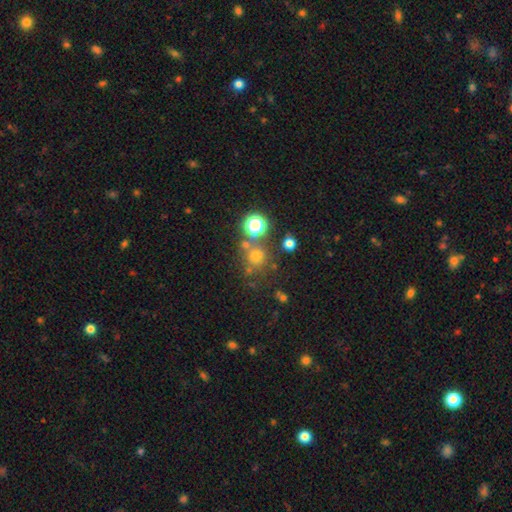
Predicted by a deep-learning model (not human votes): A smooth galaxy with no disk features (65%) that is round (88%).

Vote fractions:
- Smooth or featured? smooth: 65% / star or artifact: 26% / featured or disk: 10%
- How rounded? round: 88% / in between: 10% / cigar-shaped: 1%
- Merging? none: 68% / merger: 16% / minor disturbance: 11% / major disturbance: 6%